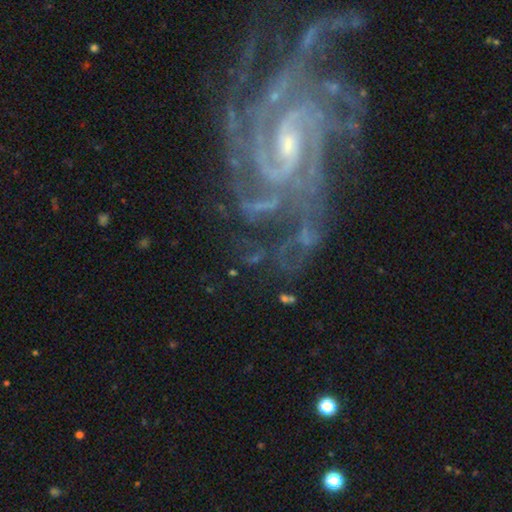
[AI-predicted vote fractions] Q: Smooth or featured?
A: featured or disk (85%); runner-up: star or artifact (9%)
Q: Edge-on disk?
A: no (97%); runner-up: yes (3%)
Q: Bar?
A: weak (41%); runner-up: no (38%)
Q: Spiral arms?
A: yes (94%); runner-up: no (6%)
Q: Spiral winding?
A: tight (49%); runner-up: medium (39%)
Q: Spiral arm count?
A: 2 (34%); runner-up: can't tell (23%)
Q: Bulge size?
A: small (66%); runner-up: moderate (25%)
Q: Merging?
A: none (50%); runner-up: major disturbance (22%)